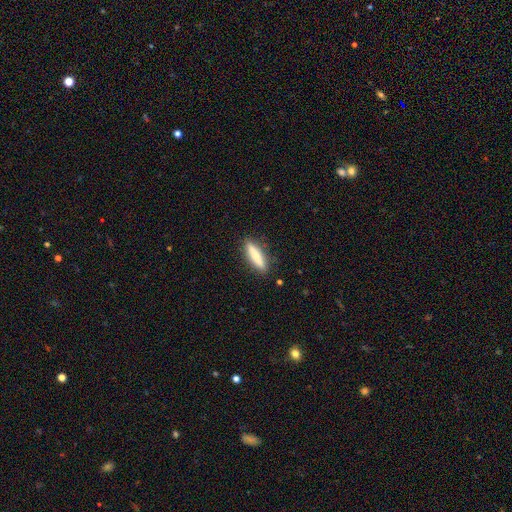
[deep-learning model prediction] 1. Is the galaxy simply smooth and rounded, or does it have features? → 76% smooth, 18% featured or disk, 6% star or artifact.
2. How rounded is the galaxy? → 75% cigar-shaped, 23% in between, 2% round.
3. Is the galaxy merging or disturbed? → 88% none, 9% minor disturbance, 2% major disturbance, 1% merger.